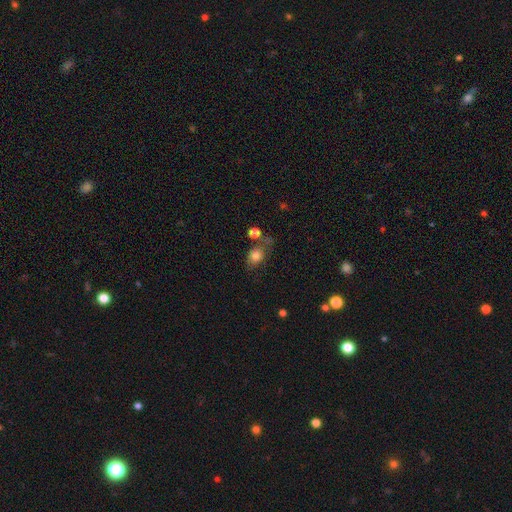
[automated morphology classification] Smooth or featured? smooth (79%)
How rounded? in between (59%)
Merging? none (52%)